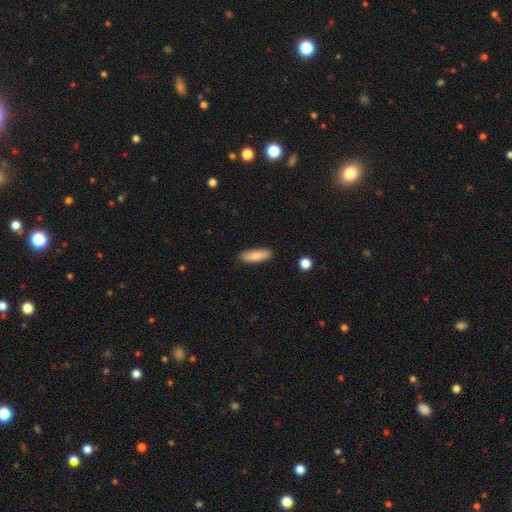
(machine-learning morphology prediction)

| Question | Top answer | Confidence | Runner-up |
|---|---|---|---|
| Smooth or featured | smooth | 86% | featured or disk (8%) |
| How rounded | in between | 56% | cigar-shaped (43%) |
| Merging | none | 89% | minor disturbance (8%) |